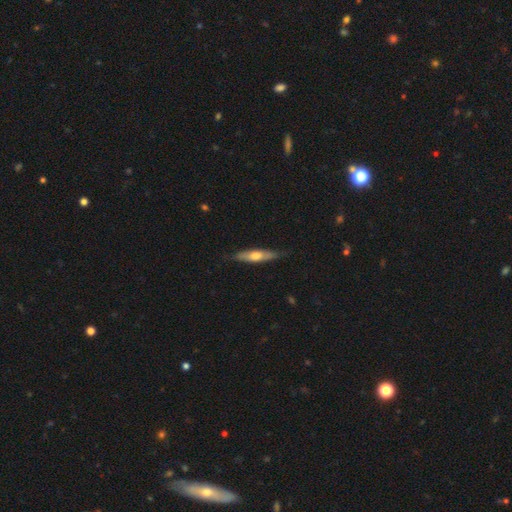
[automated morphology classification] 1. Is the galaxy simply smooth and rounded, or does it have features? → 52% smooth, 43% featured or disk, 5% star or artifact.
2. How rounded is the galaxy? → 75% cigar-shaped, 23% in between, 2% round.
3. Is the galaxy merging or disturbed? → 80% none, 16% minor disturbance, 3% major disturbance, 1% merger.